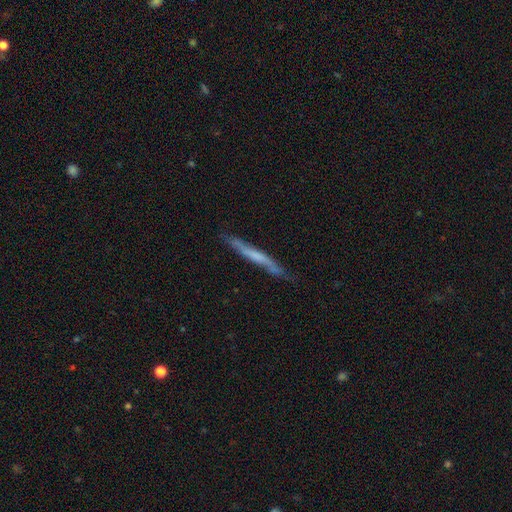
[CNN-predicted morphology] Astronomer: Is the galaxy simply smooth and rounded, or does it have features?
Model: featured or disk — 54% (runner-up: smooth, 40%).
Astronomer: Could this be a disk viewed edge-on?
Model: yes — 88%.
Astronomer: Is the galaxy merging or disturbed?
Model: none — 76%.